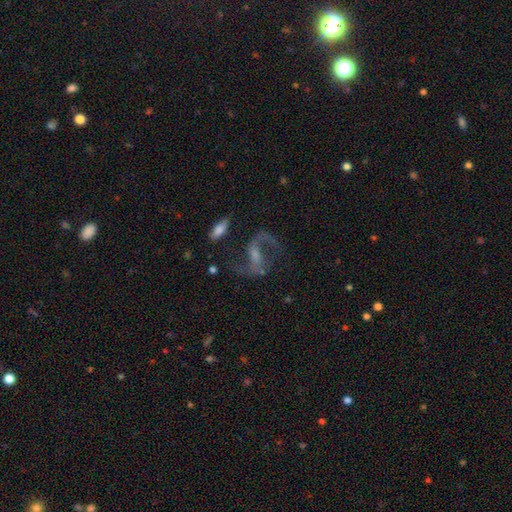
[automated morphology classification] Q: Smooth or featured?
A: featured or disk (85%); runner-up: star or artifact (8%)
Q: Edge-on disk?
A: no (96%); runner-up: yes (4%)
Q: Bar?
A: weak (44%); runner-up: strong (33%)
Q: Spiral arms?
A: yes (93%); runner-up: no (7%)
Q: Spiral winding?
A: loose (56%); runner-up: medium (38%)
Q: Spiral arm count?
A: 2 (89%); runner-up: 1 (5%)
Q: Bulge size?
A: small (40%); runner-up: moderate (29%)
Q: Merging?
A: none (66%); runner-up: major disturbance (16%)